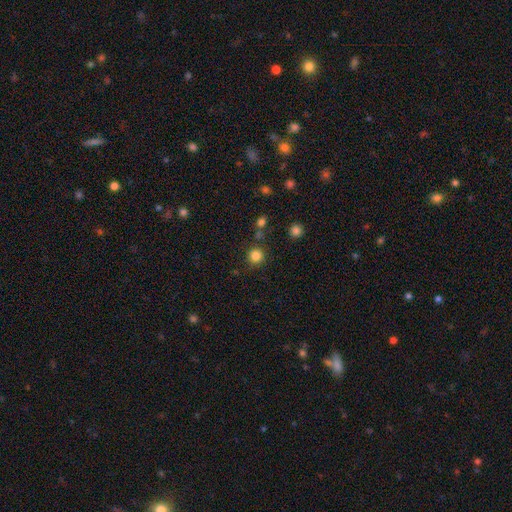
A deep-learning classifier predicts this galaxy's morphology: A smooth galaxy with no disk features (83%) that is round (94%).

Vote fractions:
- Smooth or featured? smooth: 83% / star or artifact: 13% / featured or disk: 4%
- How rounded? round: 94% / in between: 5% / cigar-shaped: 1%
- Merging? none: 85% / minor disturbance: 8% / merger: 5% / major disturbance: 3%